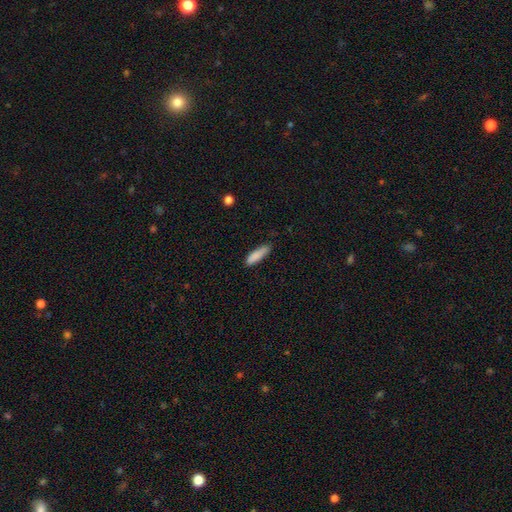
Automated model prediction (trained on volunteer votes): Smooth or featured? Predicted: smooth (p=0.87). How rounded? Predicted: cigar-shaped (p=0.64). Merging? Predicted: none (p=0.74).